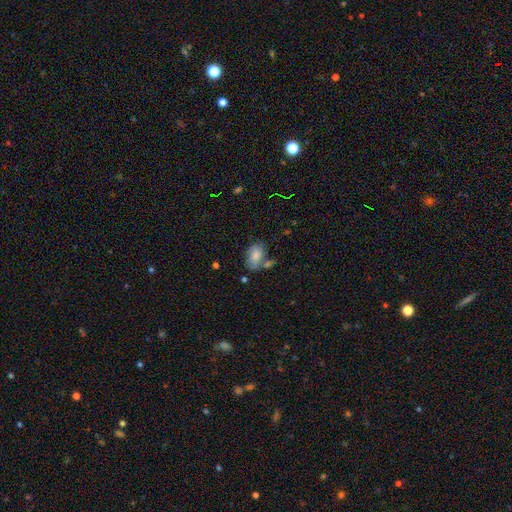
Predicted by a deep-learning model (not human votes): Smooth or featured? Predicted: smooth (p=0.77). How rounded? Predicted: in between (p=0.88). Merging? Predicted: none (p=0.48).